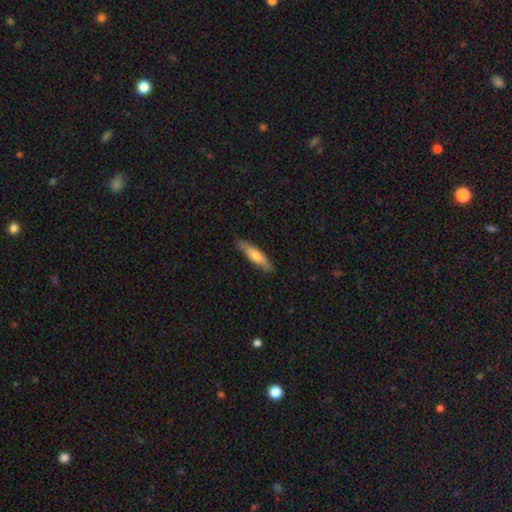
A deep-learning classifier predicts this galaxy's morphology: Smooth or featured? Predicted: smooth (p=0.63). How rounded? Predicted: cigar-shaped (p=0.79). Merging? Predicted: none (p=0.86).